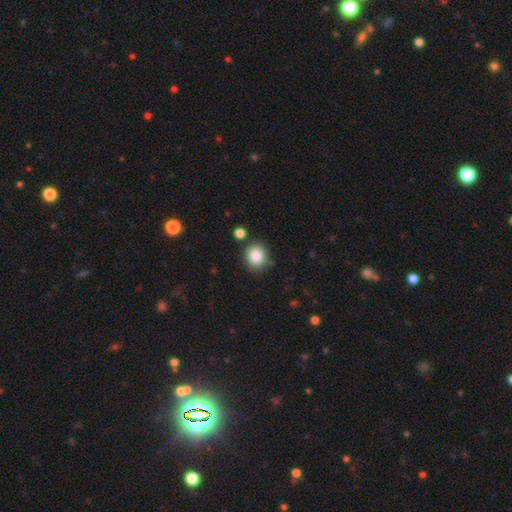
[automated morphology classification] The model was most divided on "how rounded": round: 78%, in between: 22%, cigar-shaped: 1%. More confident: smooth or featured — smooth (85%); merging — none (80%).